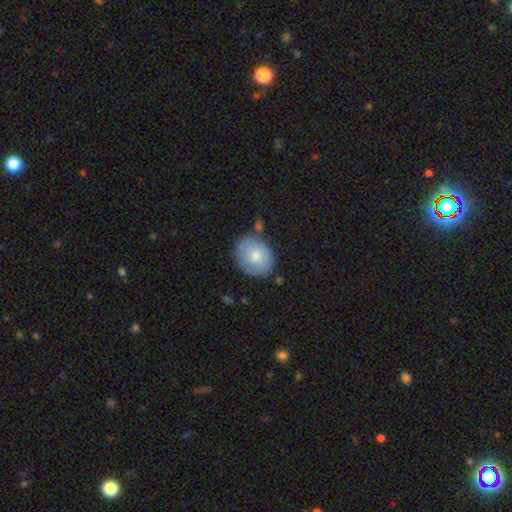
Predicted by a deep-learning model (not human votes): smooth-or-featured: smooth: 75% | featured or disk: 18% | star or artifact: 6%
  how-rounded: round: 52% | in between: 47% | cigar-shaped: 1%
  merging: none: 73% | minor disturbance: 17% | merger: 5% | major disturbance: 4%